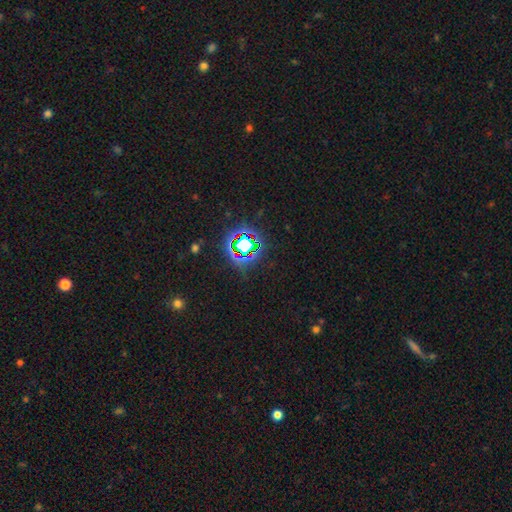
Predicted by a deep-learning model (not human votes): This is likely a star or artifact rather than a galaxy (80%).